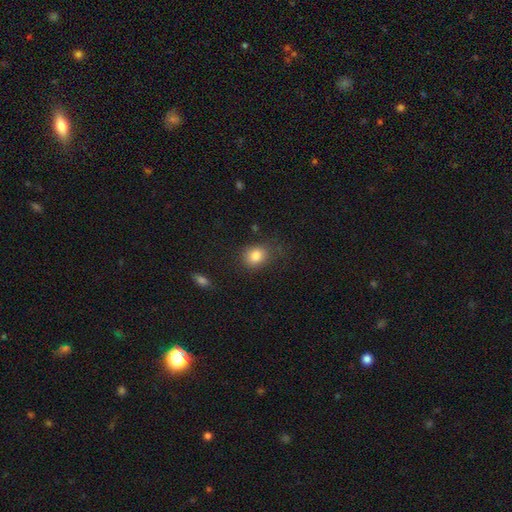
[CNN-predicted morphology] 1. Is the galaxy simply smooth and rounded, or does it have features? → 83% smooth, 10% star or artifact, 7% featured or disk.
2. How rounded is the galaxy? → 59% round, 40% in between, 1% cigar-shaped.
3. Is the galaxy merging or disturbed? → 76% none, 17% minor disturbance, 5% major disturbance, 2% merger.